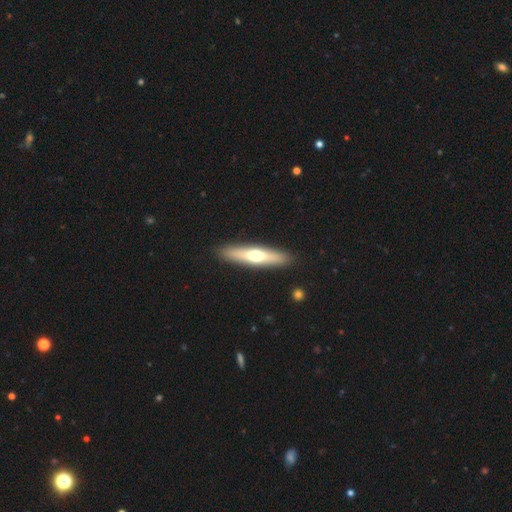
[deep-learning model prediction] A smooth galaxy with no disk features (49%).

Vote fractions:
- Smooth or featured? smooth: 49% / featured or disk: 45% / star or artifact: 5%
- Merging? none: 90% / minor disturbance: 7% / major disturbance: 2% / merger: 1%